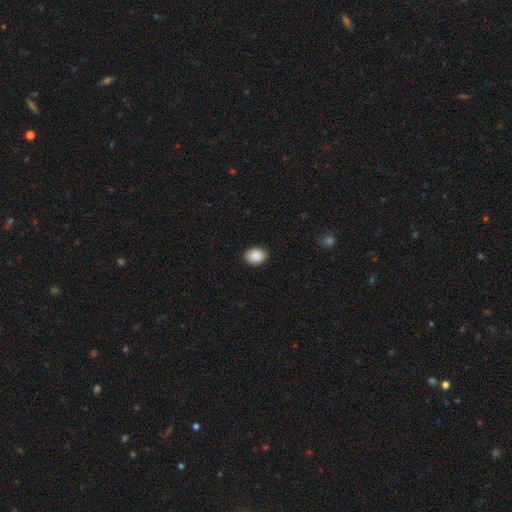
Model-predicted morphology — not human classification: Overall: smooth (90%). How rounded: in between (71%). Merging: none (90%).